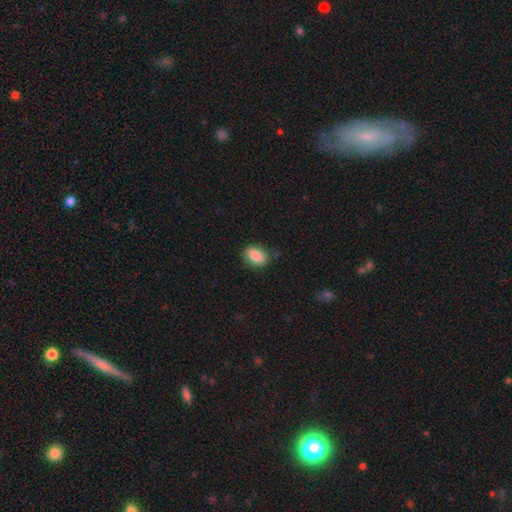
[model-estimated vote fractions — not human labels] This is clearly a smooth galaxy (87%). How rounded: clearly in between (81%). Merging: clearly none (81%).